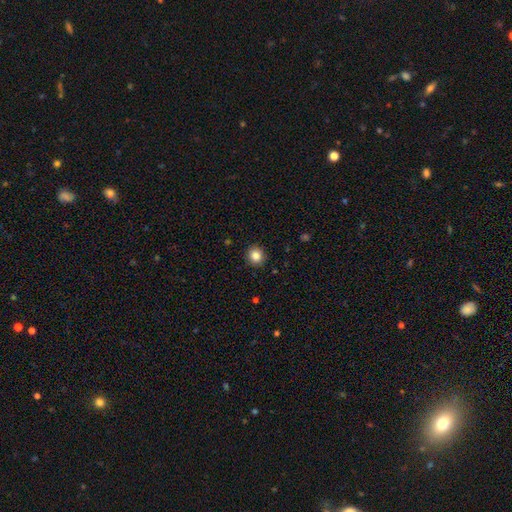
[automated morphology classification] Overall: smooth (84%). How rounded: round (92%). Merging: none (92%).